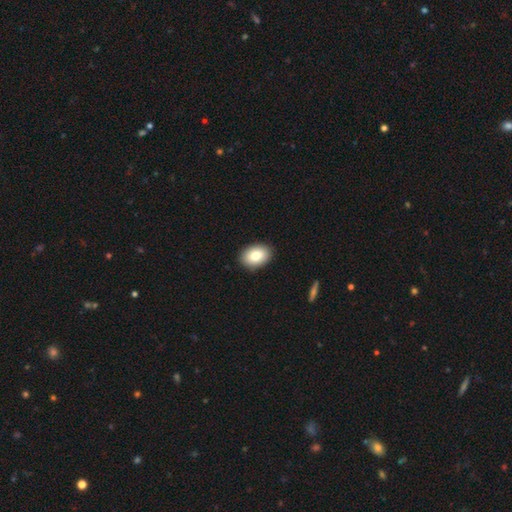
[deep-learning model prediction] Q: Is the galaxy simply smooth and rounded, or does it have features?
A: smooth — 80%.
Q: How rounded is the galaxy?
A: in between — 80%.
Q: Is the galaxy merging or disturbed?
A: none — 90%.